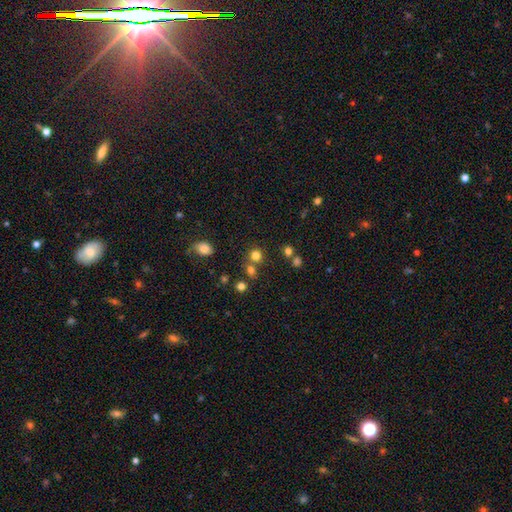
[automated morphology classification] This appears to be a smooth galaxy with no disk features (77%) that is round (89%). Merging: none (67%).